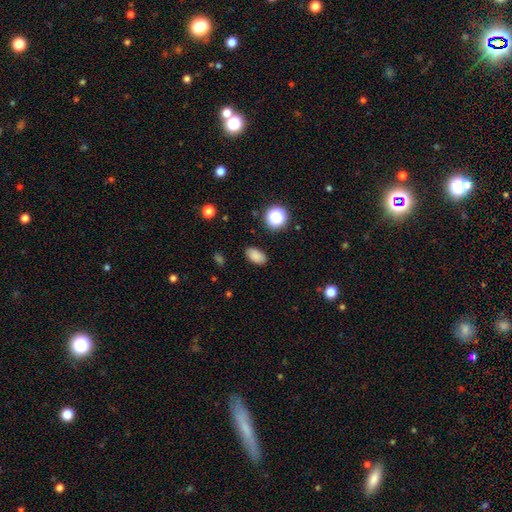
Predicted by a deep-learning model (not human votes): The model was most divided on "smooth or featured": smooth: 84%, star or artifact: 12%, featured or disk: 5%. More confident: how rounded — in between (90%); merging — none (86%).